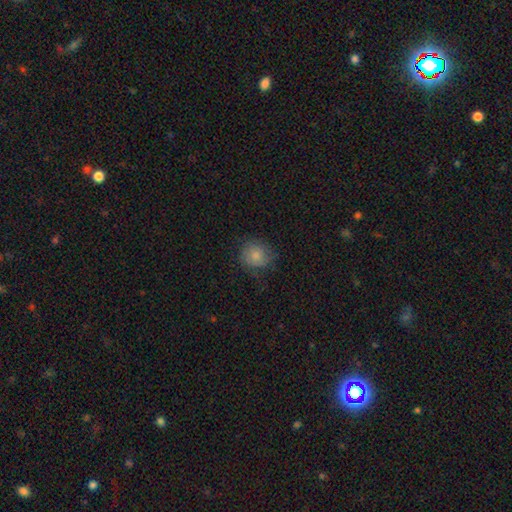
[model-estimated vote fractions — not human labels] This is likely a smooth galaxy (75%). How rounded: clearly round (84%). Merging: likely none (65%).